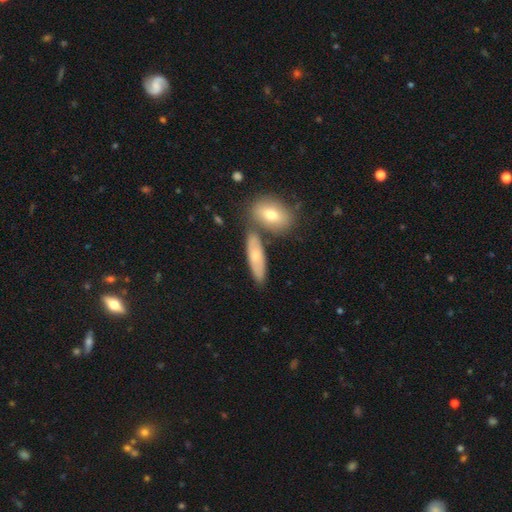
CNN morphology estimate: A smooth galaxy with no disk features (61%) that is in between round and cigar-shaped (49%). Merging: none (66%).